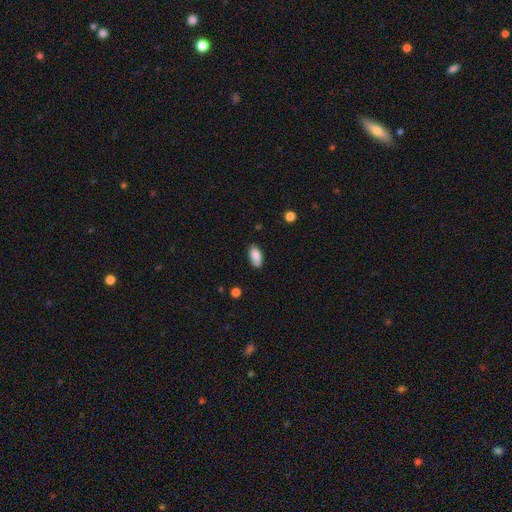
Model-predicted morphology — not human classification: This appears to be a smooth galaxy with no disk features (87%) that is in between round and cigar-shaped (89%). Merging: none (81%).